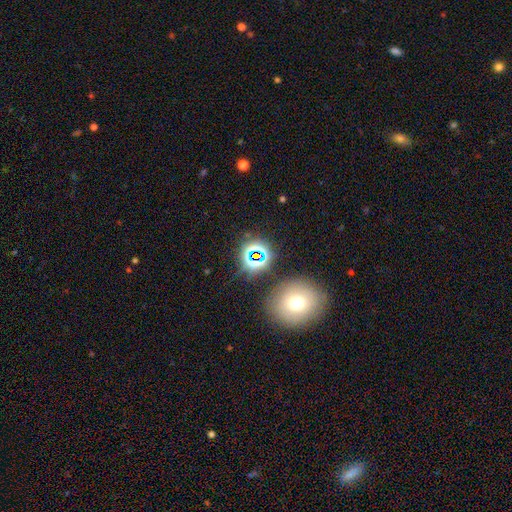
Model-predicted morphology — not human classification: This appears to be a star or artifact, not a galaxy (64%).